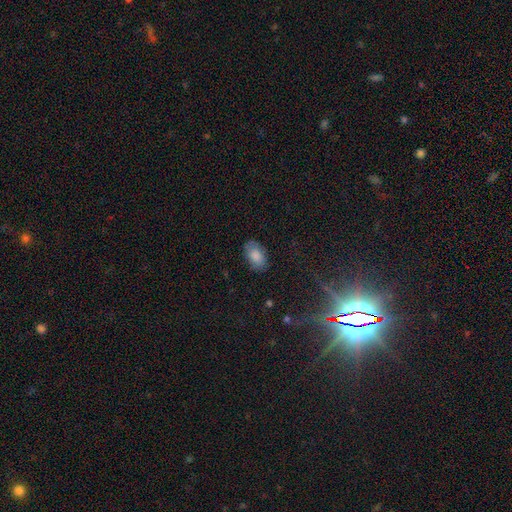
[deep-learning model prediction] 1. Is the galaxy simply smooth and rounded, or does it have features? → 83% smooth, 10% featured or disk, 7% star or artifact.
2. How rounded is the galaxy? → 92% in between, 6% round, 1% cigar-shaped.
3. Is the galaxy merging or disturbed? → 80% none, 15% minor disturbance, 4% major disturbance, 1% merger.